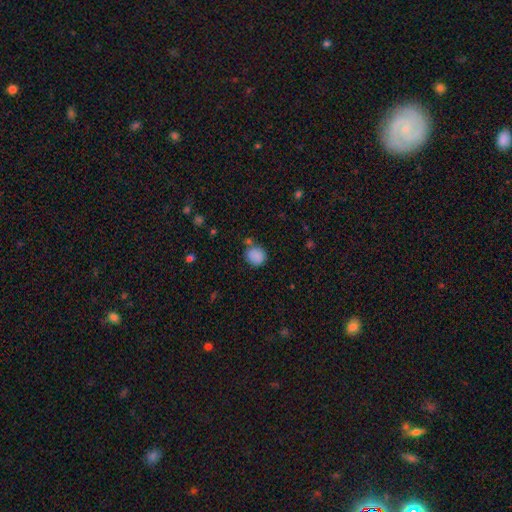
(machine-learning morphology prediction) This is clearly a smooth galaxy (86%). How rounded: likely round (74%). Merging: likely none (69%).